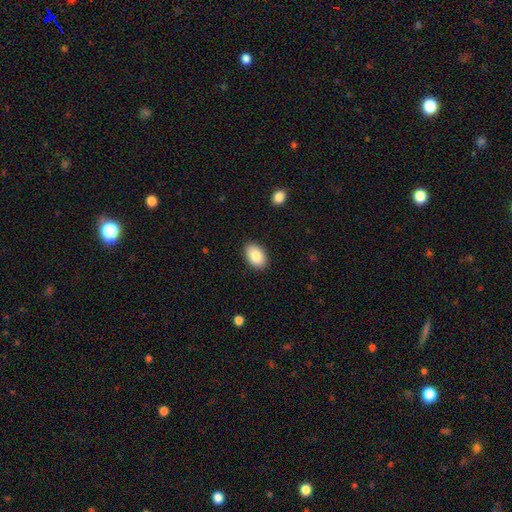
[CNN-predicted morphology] A smooth galaxy with no disk features (86%) that is in between round and cigar-shaped (90%). Merging: none (88%).